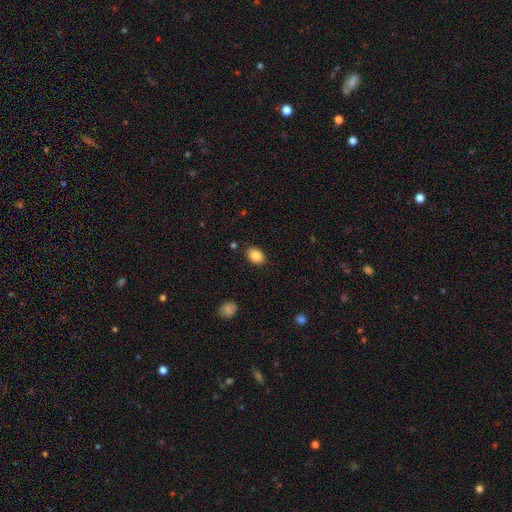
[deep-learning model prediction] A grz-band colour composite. It shows a smooth galaxy with no disk features (87%) that is in between round and cigar-shaped (78%). Merging: none (85%).